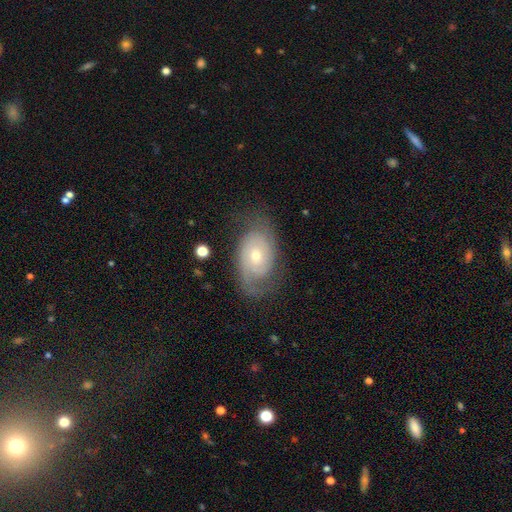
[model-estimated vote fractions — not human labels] Smooth or featured? featured or disk (78%)
Edge-on disk? no (96%)
Bar? no (77%)
Spiral arms? yes (91%)
Spiral winding? tight (55%)
Spiral arm count? 2 (62%)
Bulge size? moderate (52%)
Merging? none (70%)